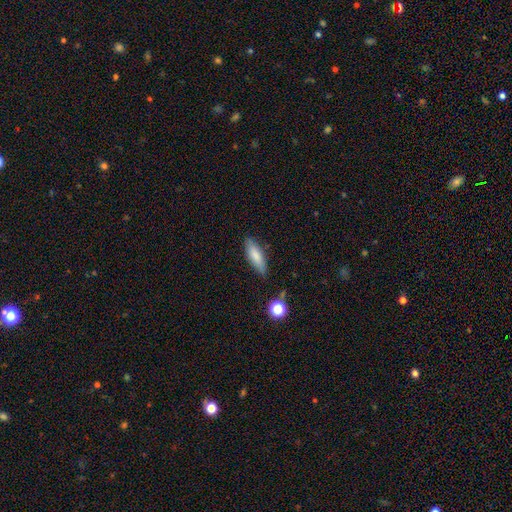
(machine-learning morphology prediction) smooth-or-featured: smooth: 79% | featured or disk: 14% | star or artifact: 7%
  how-rounded: cigar-shaped: 51% | in between: 47% | round: 2%
  merging: none: 82% | minor disturbance: 13% | major disturbance: 3% | merger: 2%